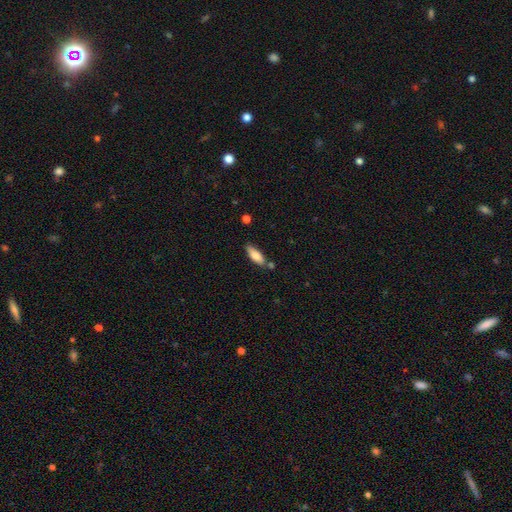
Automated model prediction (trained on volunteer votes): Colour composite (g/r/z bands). It shows a smooth galaxy with no disk features (79%) that is in between round and cigar-shaped (67%). Merging: none (73%).